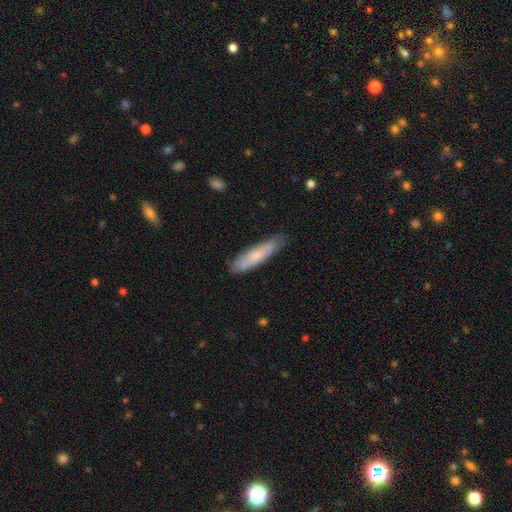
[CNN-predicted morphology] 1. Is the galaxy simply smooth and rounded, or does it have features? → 63% smooth, 31% featured or disk, 6% star or artifact.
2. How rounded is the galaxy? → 80% cigar-shaped, 19% in between, 1% round.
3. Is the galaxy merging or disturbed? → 76% none, 19% minor disturbance, 3% major disturbance, 2% merger.